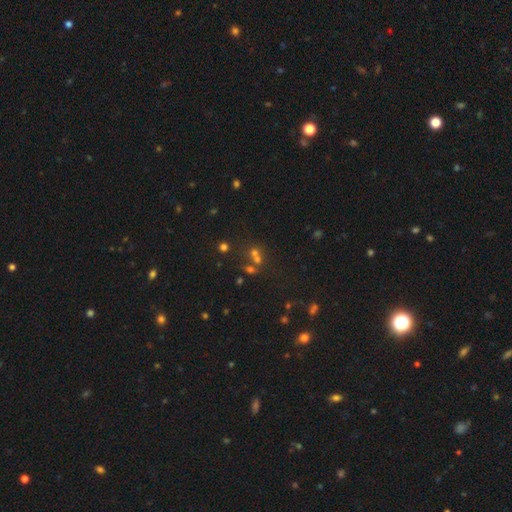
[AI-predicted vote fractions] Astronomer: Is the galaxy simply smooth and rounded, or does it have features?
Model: star or artifact — 44% (runner-up: smooth, 42%).